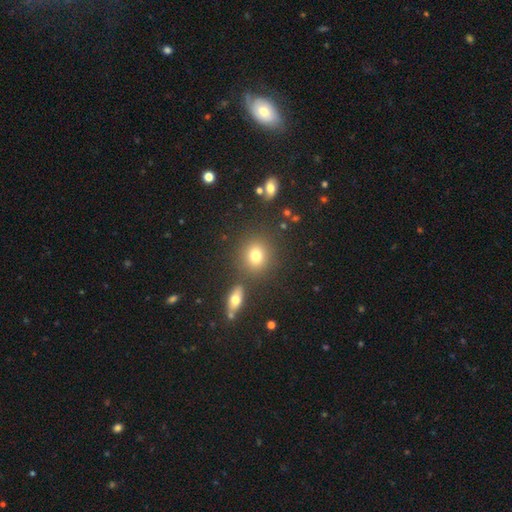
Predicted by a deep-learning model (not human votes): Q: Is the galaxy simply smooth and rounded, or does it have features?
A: smooth — 77%.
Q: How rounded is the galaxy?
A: round — 76%.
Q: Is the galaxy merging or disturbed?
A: none — 79%.